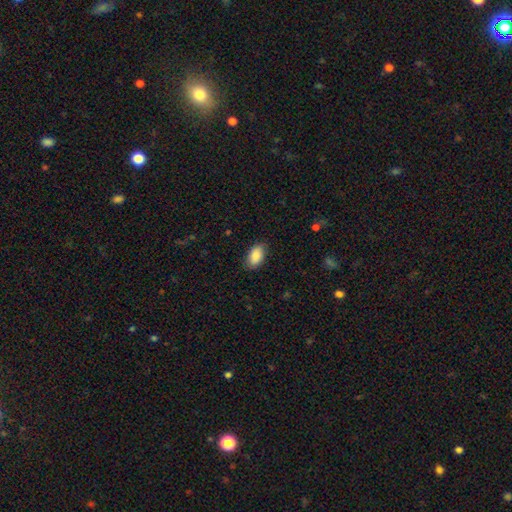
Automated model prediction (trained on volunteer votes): Smooth or featured? Predicted: smooth (p=0.87). How rounded? Predicted: in between (p=0.94). Merging? Predicted: none (p=0.84).